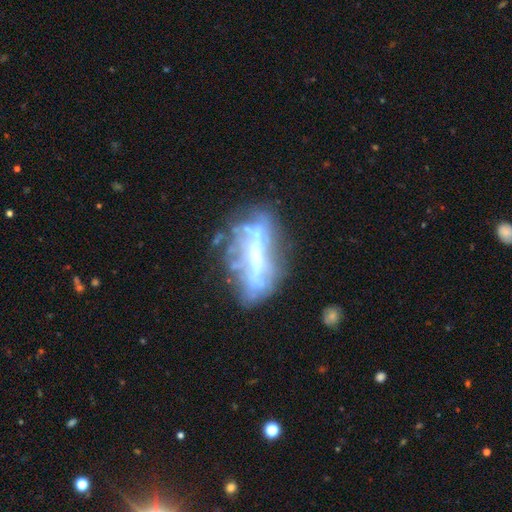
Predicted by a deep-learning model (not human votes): This is likely a featured or disk galaxy (67%). It is likely not viewed edge-on (67%). Merging: possibly none (53%).